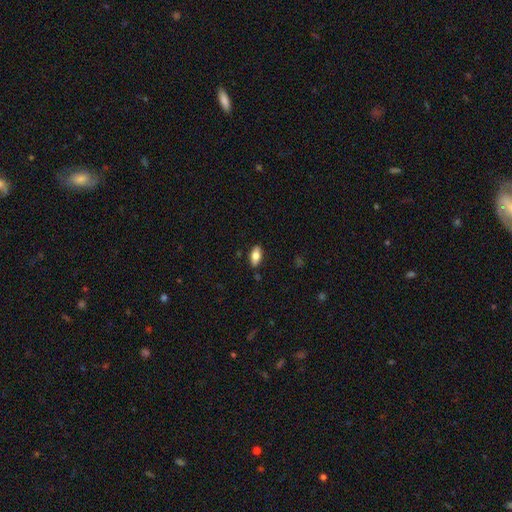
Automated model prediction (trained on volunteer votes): smooth 75%, featured or disk 18%, star or artifact 7%. Down the decision tree: how rounded — in between (86%); merging — none (86%).